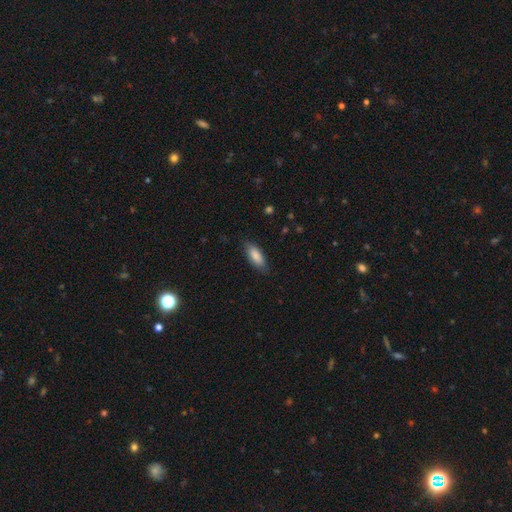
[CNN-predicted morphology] Overall: smooth (84%). How rounded: in between (73%). Merging: none (80%).